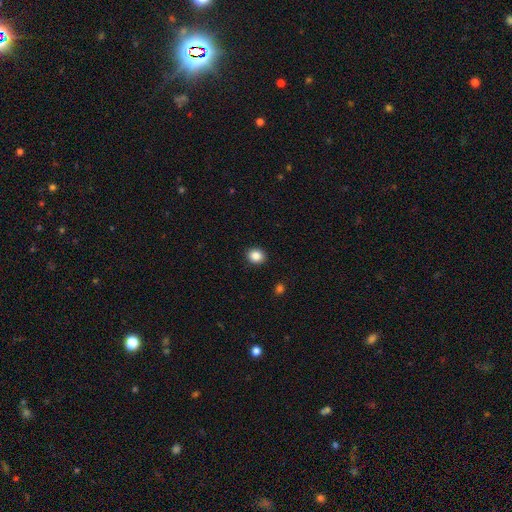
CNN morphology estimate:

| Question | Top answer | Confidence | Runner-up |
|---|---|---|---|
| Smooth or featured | smooth | 86% | star or artifact (10%) |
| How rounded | round | 67% | in between (32%) |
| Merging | none | 91% | minor disturbance (6%) |